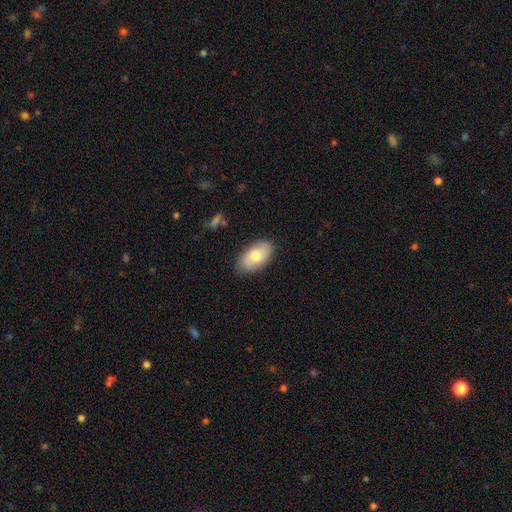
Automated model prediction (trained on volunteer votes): Smooth or featured: smooth — 72% (featured or disk — 22%)
How rounded: in between — 94% (round — 4%)
Merging: none — 84% (minor disturbance — 12%)